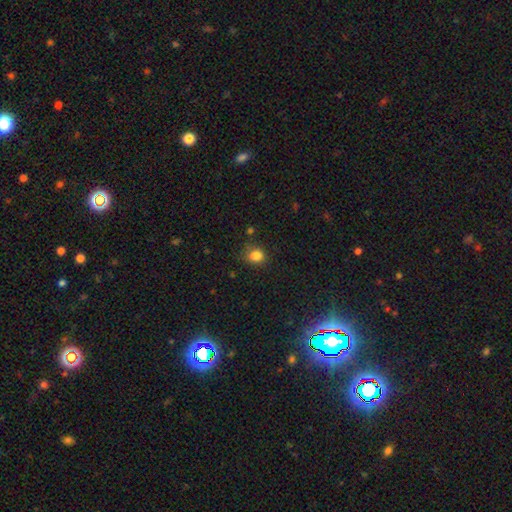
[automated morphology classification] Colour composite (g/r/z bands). It shows a smooth galaxy with no disk features (83%) that is round (61%). Merging: none (68%).